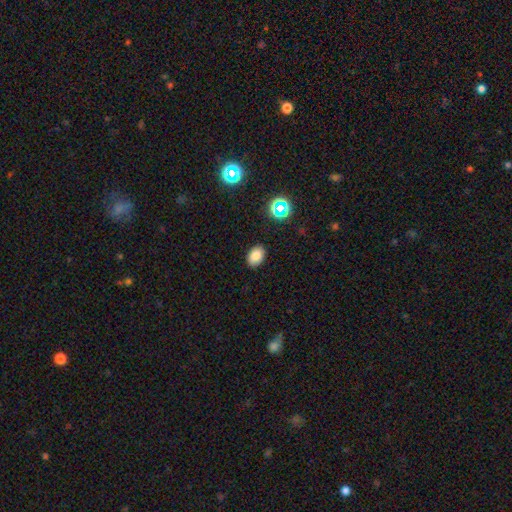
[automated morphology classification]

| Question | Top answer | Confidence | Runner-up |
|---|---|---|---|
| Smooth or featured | smooth | 82% | star or artifact (13%) |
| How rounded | in between | 81% | round (18%) |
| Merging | none | 88% | minor disturbance (9%) |